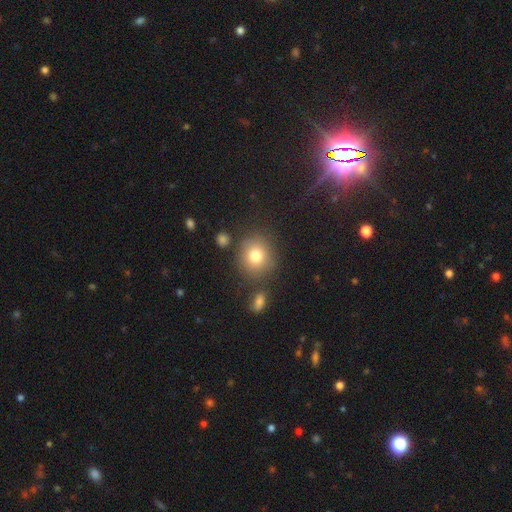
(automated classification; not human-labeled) Smooth or featured?
  - smooth: 79% *
  - star or artifact: 11%
  - featured or disk: 10%
How rounded?
  - round: 83% *
  - in between: 16%
  - cigar-shaped: 1%
Merging?
  - none: 79% *
  - minor disturbance: 11%
  - merger: 6%
  - major disturbance: 4%